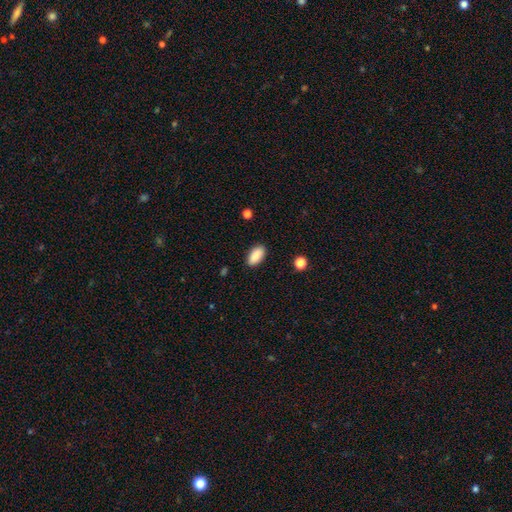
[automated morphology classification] Smooth or featured: smooth — 89% (star or artifact — 7%)
How rounded: in between — 92% (cigar-shaped — 6%)
Merging: none — 88% (minor disturbance — 9%)